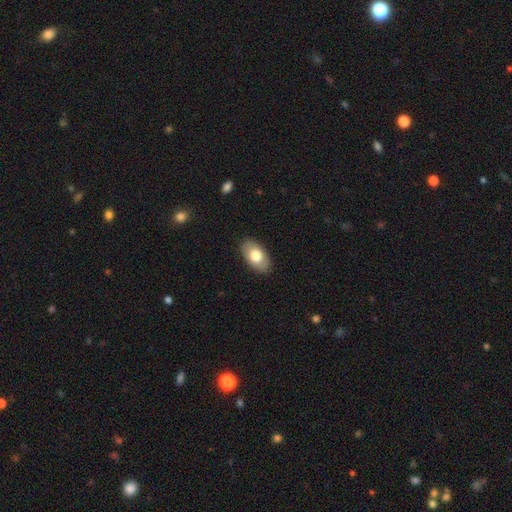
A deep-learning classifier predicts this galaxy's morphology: Smooth or featured: smooth — 75% (featured or disk — 18%)
How rounded: in between — 94% (round — 5%)
Merging: none — 88% (minor disturbance — 9%)